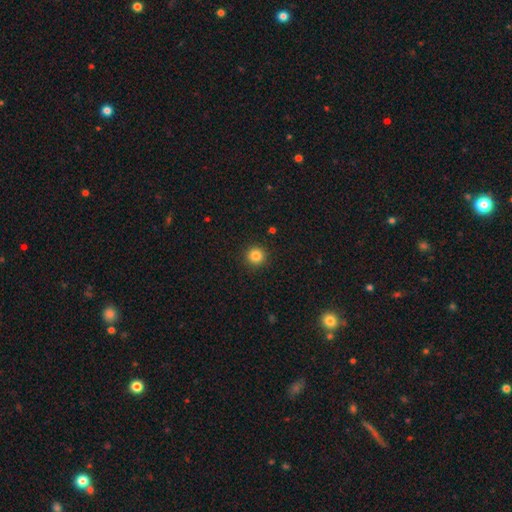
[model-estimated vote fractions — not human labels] smooth_or_featured: smooth (p=0.84) [alt: star or artifact p=0.12]
how_rounded: round (p=0.95) [alt: in between p=0.04]
merging: none (p=0.92) [alt: minor disturbance p=0.05]